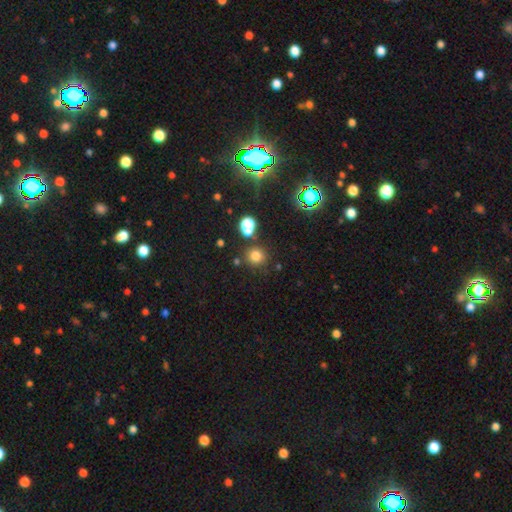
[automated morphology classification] This is likely a smooth galaxy (74%). How rounded: clearly round (86%). Merging: likely none (77%).